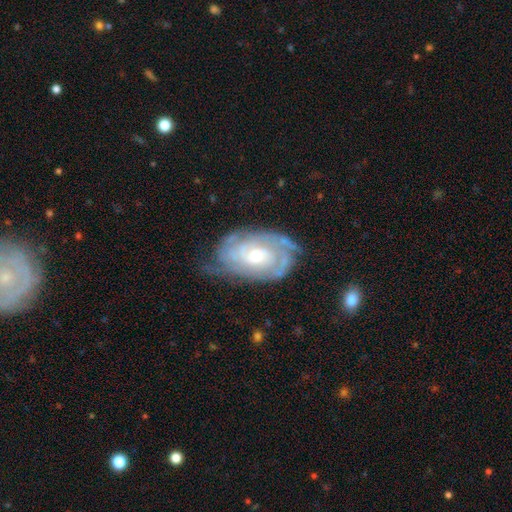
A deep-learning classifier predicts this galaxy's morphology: smooth-or-featured: featured or disk: 83% | smooth: 12% | star or artifact: 5%
  disk-edge-on: no: 96% | yes: 4%
    bar: no: 70% | weak: 25% | strong: 5%
    has-spiral-arms: yes: 93% | no: 7%
      spiral-winding: tight: 71% | medium: 23% | loose: 6%
      spiral-arm-count: can't tell: 42% | 2: 27% | 3: 14% | 4: 7% | 1: 5% | more than 4: 4%
    bulge-size: moderate: 58% | small: 32% | large: 8% | none: 2% | dominant: 1%
  merging: none: 65% | minor disturbance: 24% | major disturbance: 9% | merger: 2%